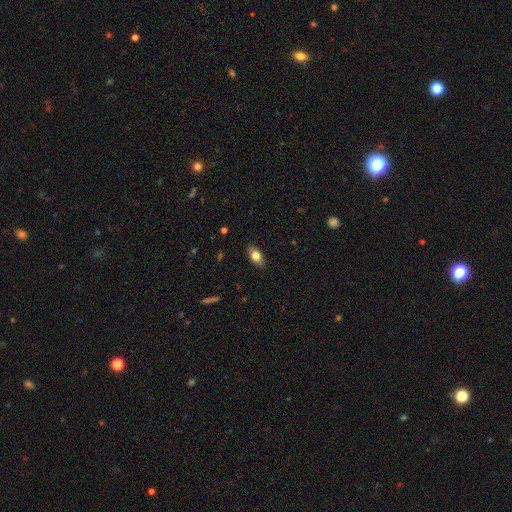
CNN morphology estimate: The model was most divided on "smooth or featured": smooth: 77%, featured or disk: 15%, star or artifact: 8%. More confident: how rounded — in between (86%); merging — none (85%).